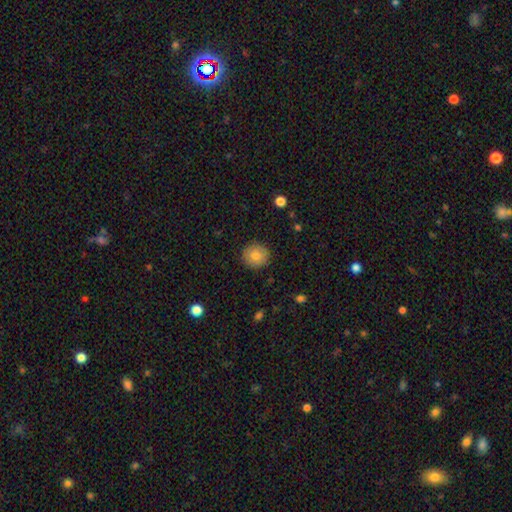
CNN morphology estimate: smooth 81%, featured or disk 11%, star or artifact 9%. Down the decision tree: how rounded — round (92%); merging — none (90%).